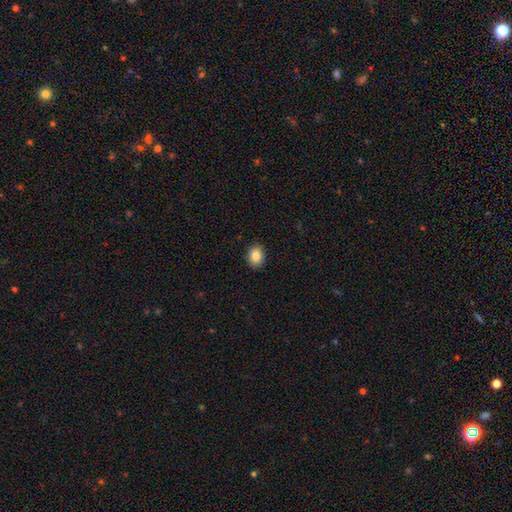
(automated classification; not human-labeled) A smooth galaxy with no disk features (86%) that is in between round and cigar-shaped (54%).

Vote fractions:
- Smooth or featured? smooth: 86% / star or artifact: 9% / featured or disk: 5%
- How rounded? in between: 54% / round: 45% / cigar-shaped: 1%
- Merging? none: 90% / minor disturbance: 7% / major disturbance: 2% / merger: 1%